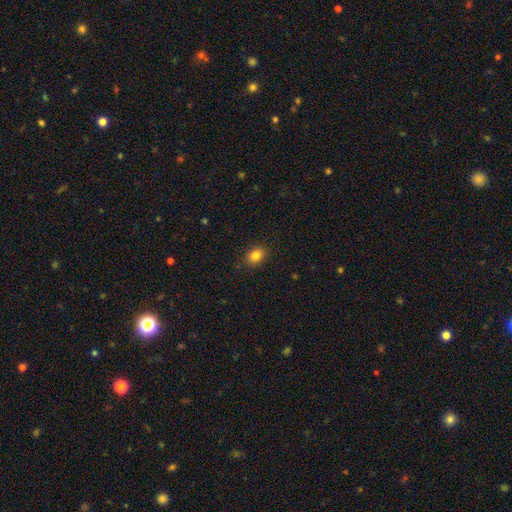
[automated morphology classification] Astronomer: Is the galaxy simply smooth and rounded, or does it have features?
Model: smooth — 82%.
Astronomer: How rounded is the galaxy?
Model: in between — 63%.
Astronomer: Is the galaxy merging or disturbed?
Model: none — 86%.